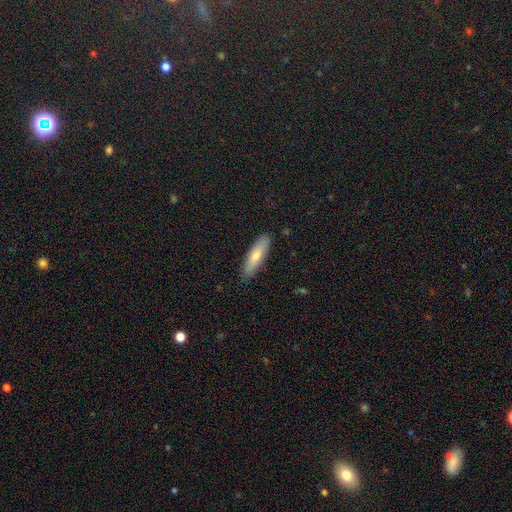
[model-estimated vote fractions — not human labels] A smooth galaxy with no disk features (68%) that is cigar-shaped (66%). Merging: none (88%).